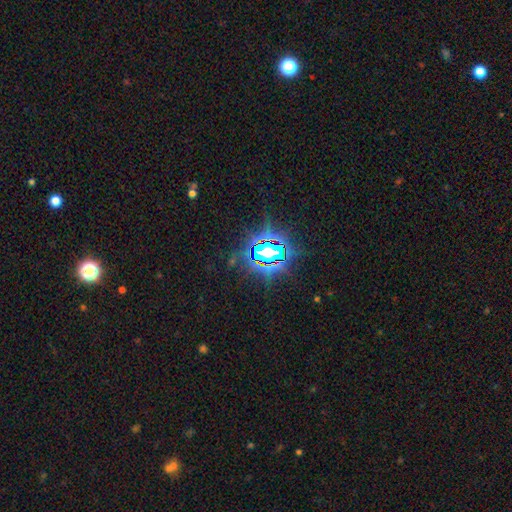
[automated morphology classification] This appears to be a star or artifact, not a galaxy (83%).